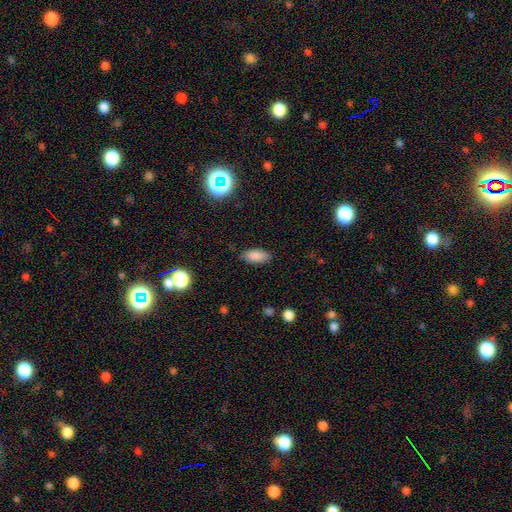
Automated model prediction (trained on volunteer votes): This is clearly a smooth galaxy (86%). How rounded: clearly in between (90%). Merging: clearly none (84%).